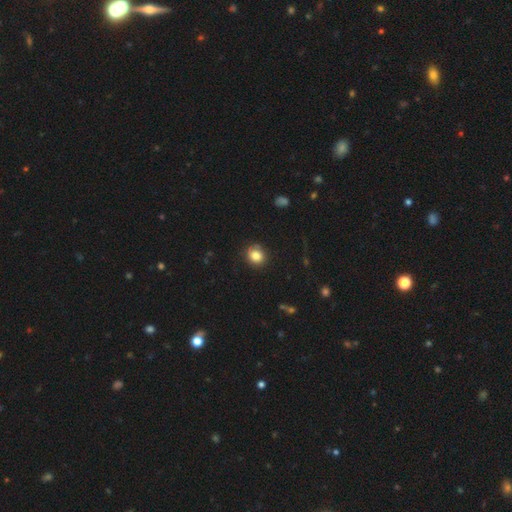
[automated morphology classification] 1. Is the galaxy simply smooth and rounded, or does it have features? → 84% smooth, 10% star or artifact, 6% featured or disk.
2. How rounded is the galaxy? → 78% round, 22% in between, 1% cigar-shaped.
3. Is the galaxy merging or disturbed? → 84% none, 12% minor disturbance, 3% major disturbance, 1% merger.